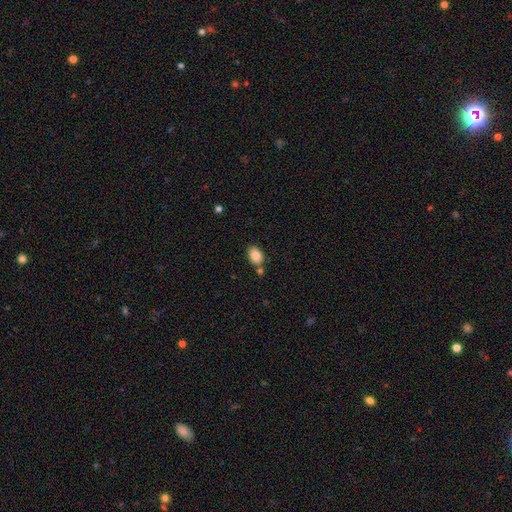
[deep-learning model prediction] Overall: smooth (86%). How rounded: in between (84%). Merging: none (67%).